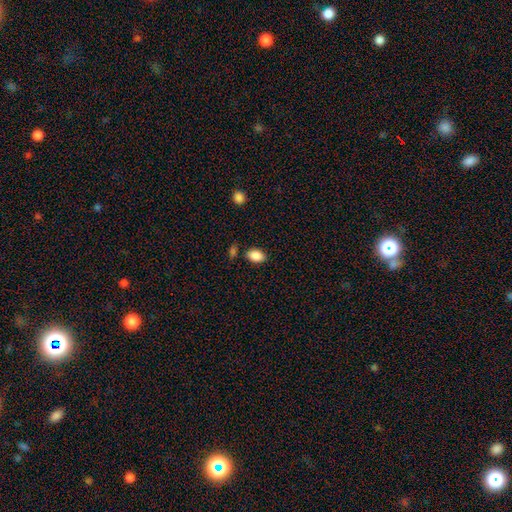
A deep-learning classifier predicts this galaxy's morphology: Smooth or featured?
  - smooth: 88% *
  - star or artifact: 8%
  - featured or disk: 4%
How rounded?
  - in between: 87% *
  - round: 12%
  - cigar-shaped: 1%
Merging?
  - none: 79% *
  - minor disturbance: 12%
  - merger: 6%
  - major disturbance: 3%